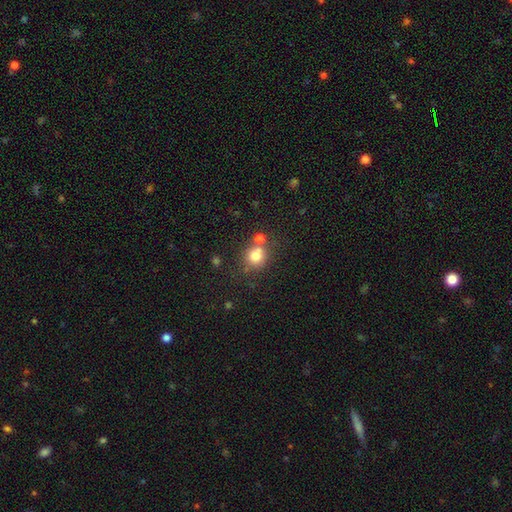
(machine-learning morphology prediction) Overall: smooth (77%). How rounded: round (84%). Merging: none (58%; merger 28%).